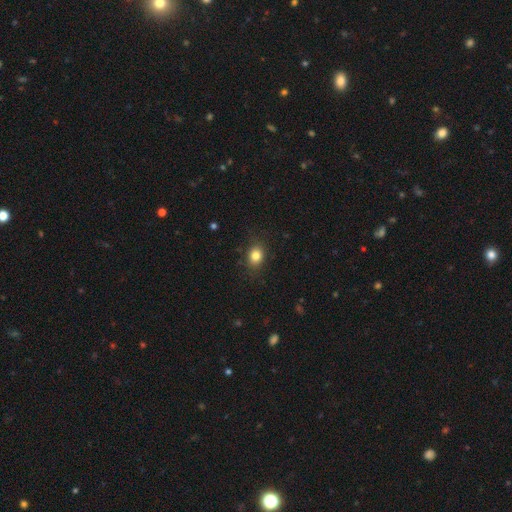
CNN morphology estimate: Smooth or featured? smooth (83%)
How rounded? in between (52%)
Merging? none (83%)